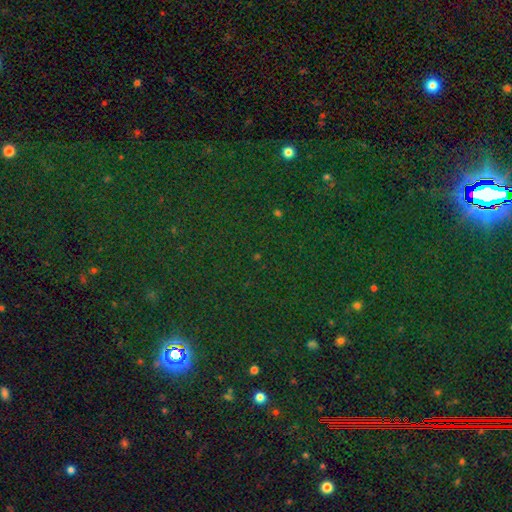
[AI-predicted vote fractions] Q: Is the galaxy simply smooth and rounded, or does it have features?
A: star or artifact — 80%.